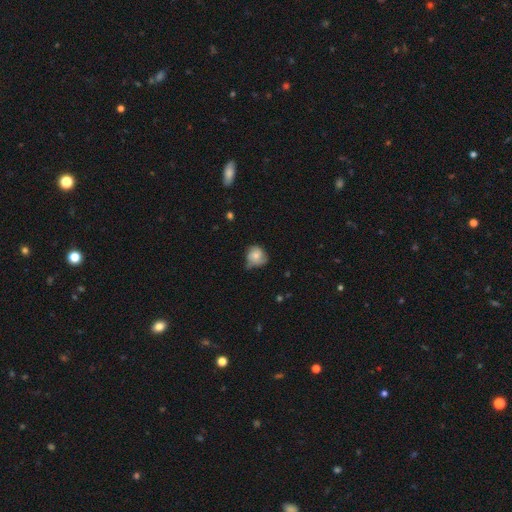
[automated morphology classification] This is possibly a smooth galaxy (57%). How rounded: likely round (74%). Merging: possibly none (47%).